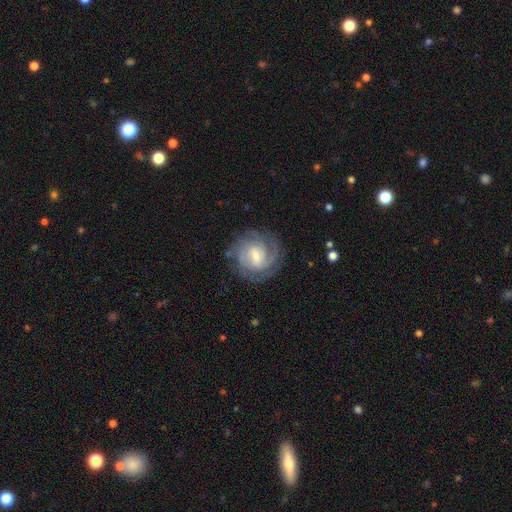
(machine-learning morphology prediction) Overall: featured or disk (83%). Edge-on disk: no (97%). Bar: weak (56%; no 24%). Spiral arms: yes (96%). Spiral arm count: can't tell (27%; 3 26%). Spiral winding: tight (66%; medium 28%). Bulge size: small (52%; moderate 40%). Merging: none (79%).